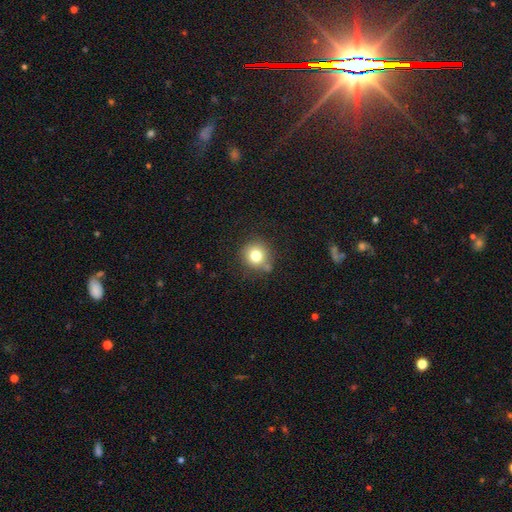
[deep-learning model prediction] Smooth or featured? smooth (78%)
How rounded? round (90%)
Merging? none (74%)